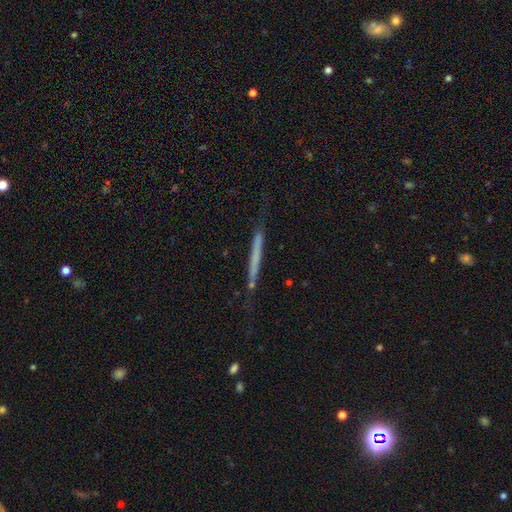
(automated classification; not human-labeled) smooth 50%, featured or disk 44%, star or artifact 7%. Down the decision tree: merging — none (76%).